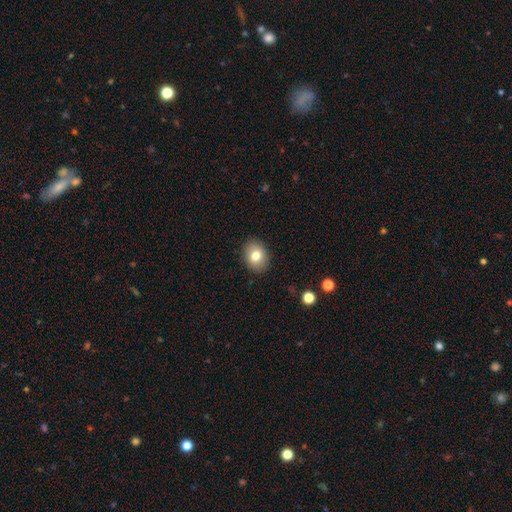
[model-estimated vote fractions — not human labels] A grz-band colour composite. It shows a smooth galaxy with no disk features (79%) that is in between round and cigar-shaped (59%). Merging: none (89%).